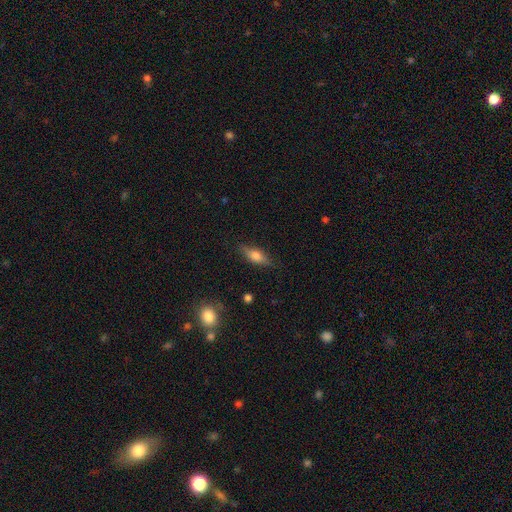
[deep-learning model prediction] Morphology: type=smooth (60%); roundness=in between (63%); merging=none (81%).